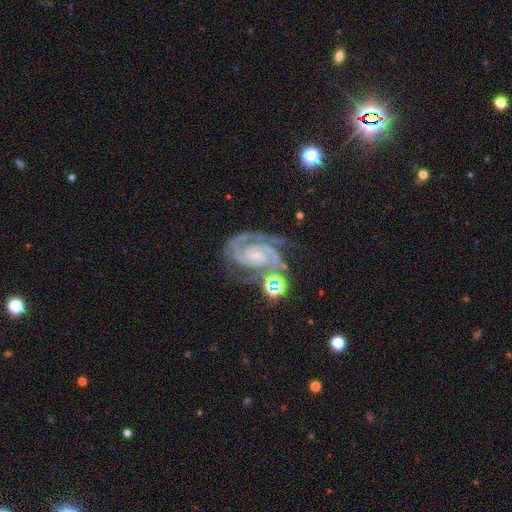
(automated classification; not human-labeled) Smooth or featured: featured or disk — 91% (star or artifact — 6%)
Edge-on disk: no — 98% (yes — 2%)
Bar: no — 51% (weak — 34%)
Spiral arms: yes — 99% (no — 1%)
Spiral winding: tight — 68% (medium — 29%)
Spiral arm count: 2 — 80% (3 — 11%)
Bulge size: small — 75% (moderate — 17%)
Merging: none — 62% (minor disturbance — 19%)